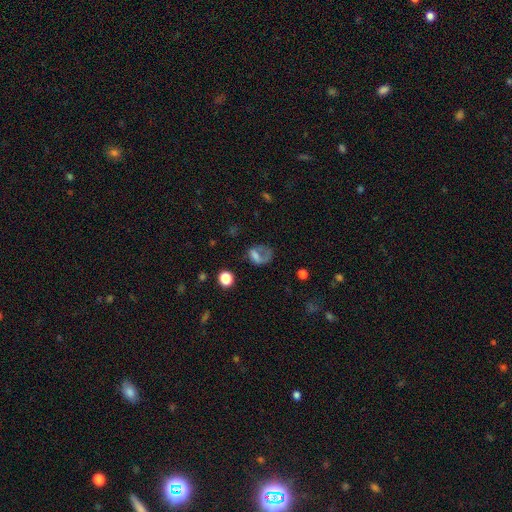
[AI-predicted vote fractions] Smooth or featured? smooth (55%)
How rounded? in between (62%)
Merging? major disturbance (46%)